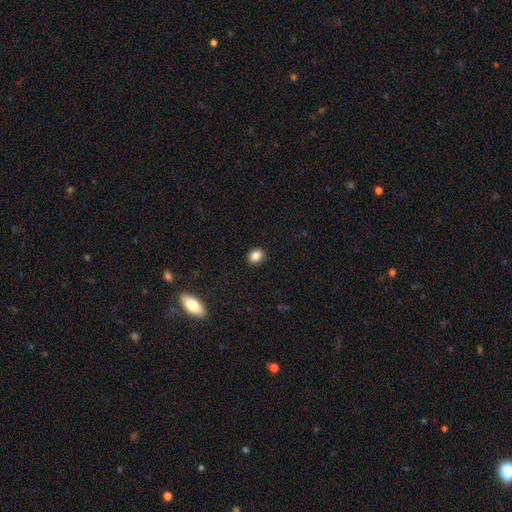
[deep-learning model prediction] A smooth galaxy with no disk features (85%) that is round (60%).

Vote fractions:
- Smooth or featured? smooth: 85% / star or artifact: 10% / featured or disk: 4%
- How rounded? round: 60% / in between: 39% / cigar-shaped: 1%
- Merging? none: 88% / minor disturbance: 9% / major disturbance: 2% / merger: 1%